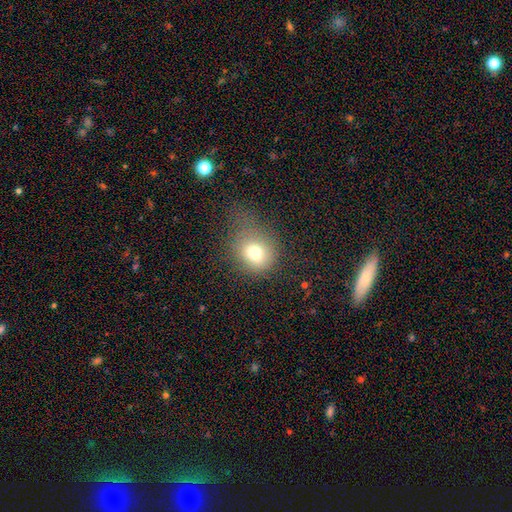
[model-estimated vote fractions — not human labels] smooth-or-featured: smooth: 73% | star or artifact: 14% | featured or disk: 13%
  how-rounded: round: 73% | in between: 26% | cigar-shaped: 1%
  merging: none: 48% | minor disturbance: 25% | major disturbance: 24% | merger: 3%